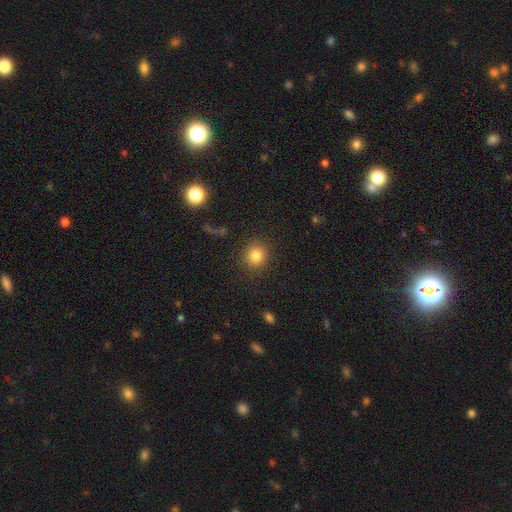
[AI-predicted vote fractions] smooth-or-featured: smooth: 83% | star or artifact: 11% | featured or disk: 6%
  how-rounded: round: 88% | in between: 11% | cigar-shaped: 1%
  merging: none: 89% | minor disturbance: 6% | major disturbance: 3% | merger: 2%